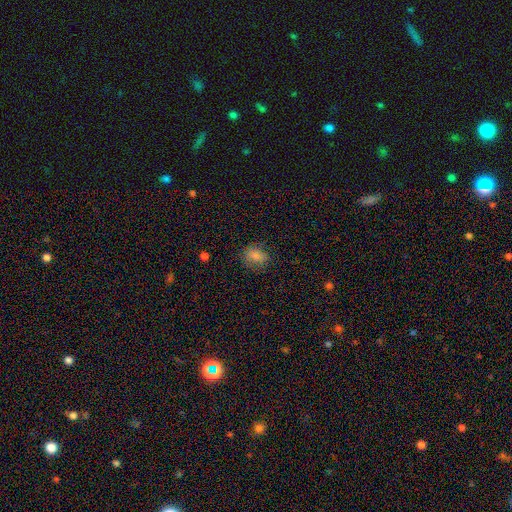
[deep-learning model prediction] A smooth galaxy with no disk features (83%) that is in between round and cigar-shaped (66%).

Vote fractions:
- Smooth or featured? smooth: 83% / star or artifact: 11% / featured or disk: 6%
- How rounded? in between: 66% / round: 32% / cigar-shaped: 2%
- Merging? none: 75% / minor disturbance: 18% / major disturbance: 6% / merger: 1%